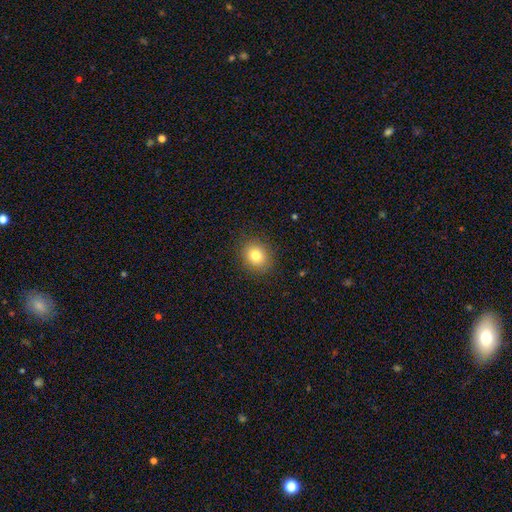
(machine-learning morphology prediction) Q: Smooth or featured?
A: smooth (80%); runner-up: star or artifact (11%)
Q: How rounded?
A: round (73%); runner-up: in between (26%)
Q: Merging?
A: none (88%); runner-up: minor disturbance (8%)